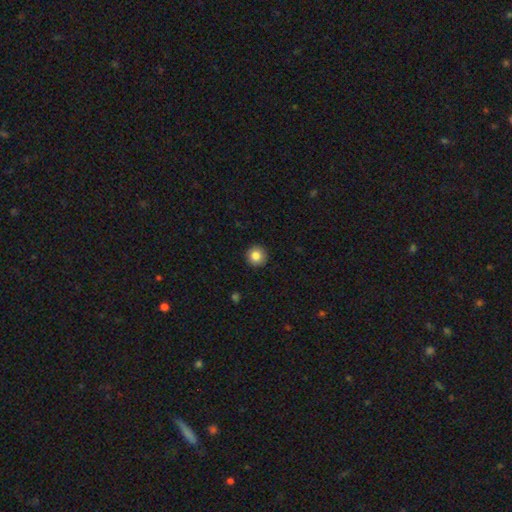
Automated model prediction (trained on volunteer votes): This appears to be a smooth galaxy with no disk features (84%) that is round (95%). Merging: none (92%).